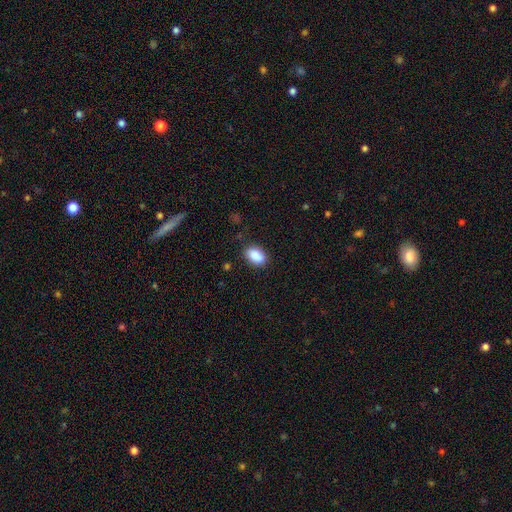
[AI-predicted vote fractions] A smooth galaxy with no disk features (89%) that is in between round and cigar-shaped (89%). Merging: none (84%).